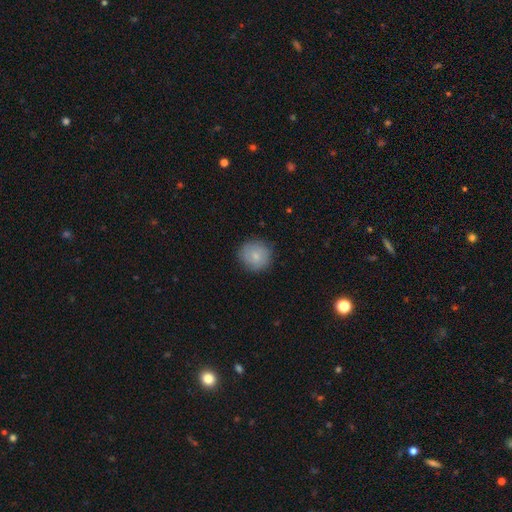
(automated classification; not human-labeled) smooth-or-featured: smooth: 75% | featured or disk: 17% | star or artifact: 7%
  how-rounded: round: 91% | in between: 8% | cigar-shaped: 1%
  merging: none: 84% | minor disturbance: 12% | major disturbance: 3% | merger: 1%